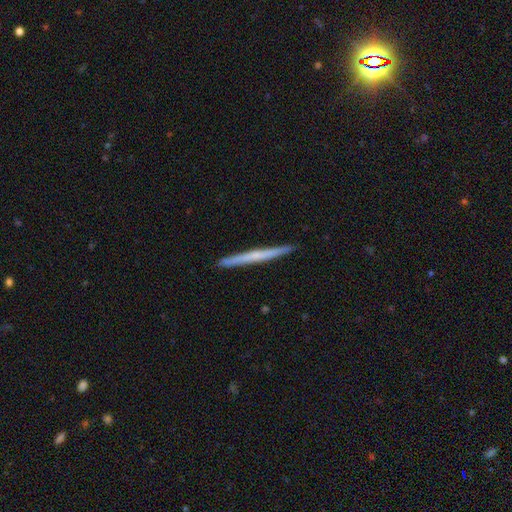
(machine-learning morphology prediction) type=featured or disk (53%); edge-on=yes (98%); edge-on bulge=none (75%); merging=none (92%).